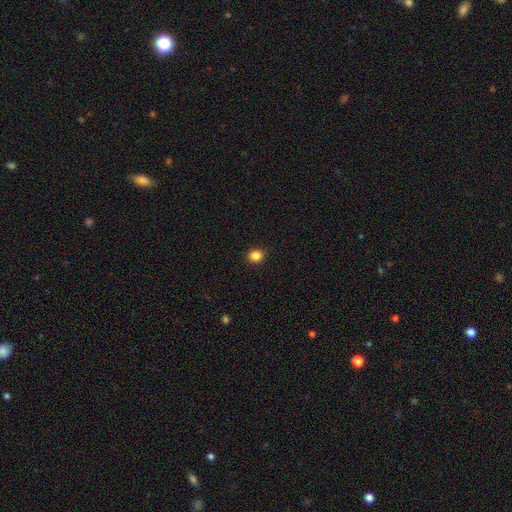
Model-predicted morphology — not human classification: smooth_or_featured: smooth (p=0.85) [alt: star or artifact p=0.11]
how_rounded: round (p=0.82) [alt: in between p=0.17]
merging: none (p=0.92) [alt: minor disturbance p=0.06]